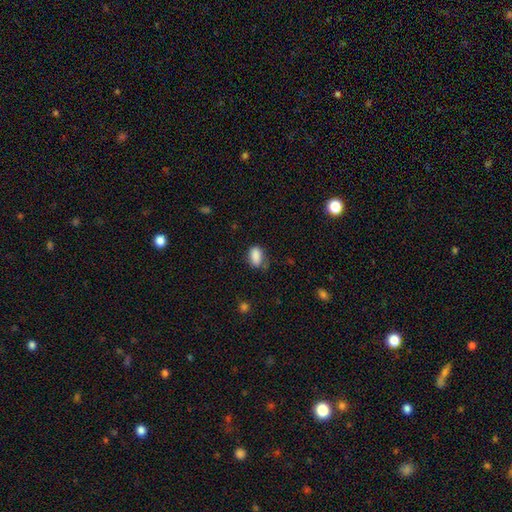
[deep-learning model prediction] This appears to be a smooth galaxy with no disk features (87%) that is in between round and cigar-shaped (88%). Merging: none (62%).